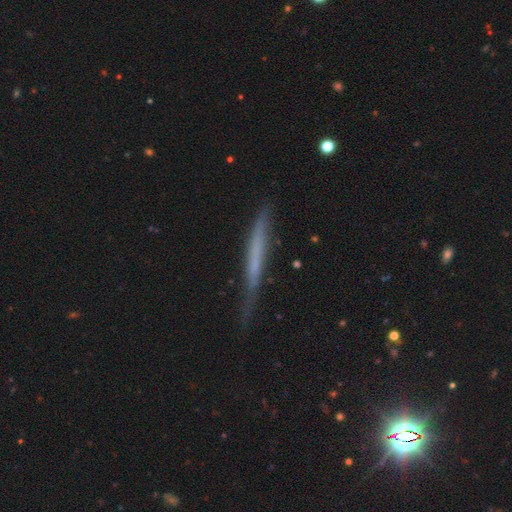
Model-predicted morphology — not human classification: Q: Smooth or featured?
A: featured or disk (50%); runner-up: smooth (41%)
Q: Merging?
A: none (67%); runner-up: minor disturbance (25%)